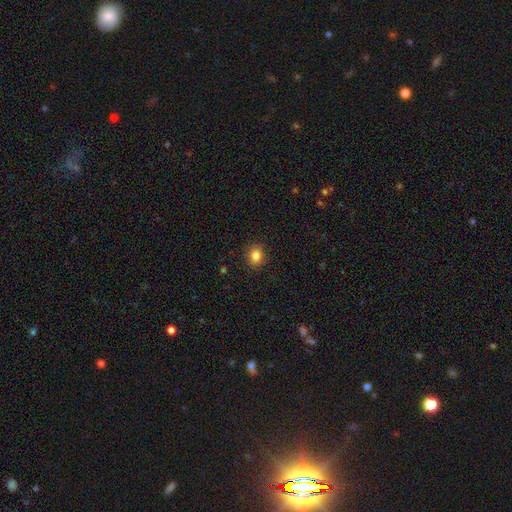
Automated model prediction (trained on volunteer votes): This is clearly a smooth galaxy (86%). How rounded: possibly round (52%). Merging: clearly none (89%).